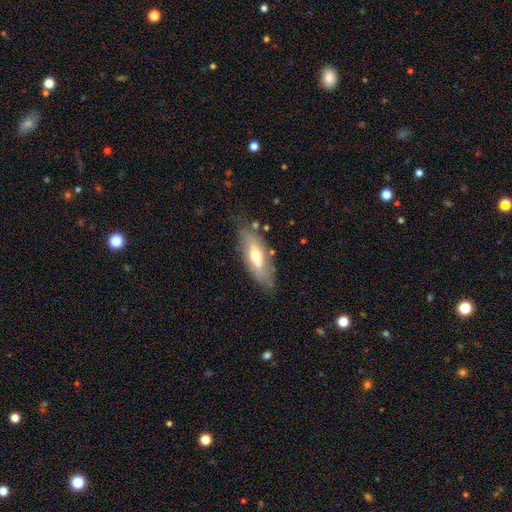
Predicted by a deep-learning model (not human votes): smooth_or_featured: smooth (p=0.47) [tied with: featured or disk p=0.47]
merging: none (p=0.72) [alt: minor disturbance p=0.19]